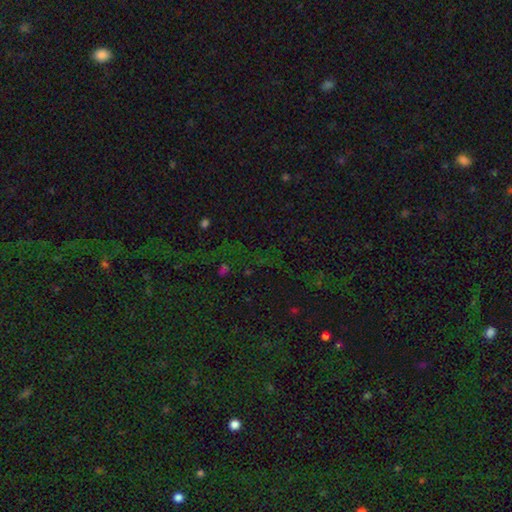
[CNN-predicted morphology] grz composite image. It shows a star or artifact, not a galaxy (79%).